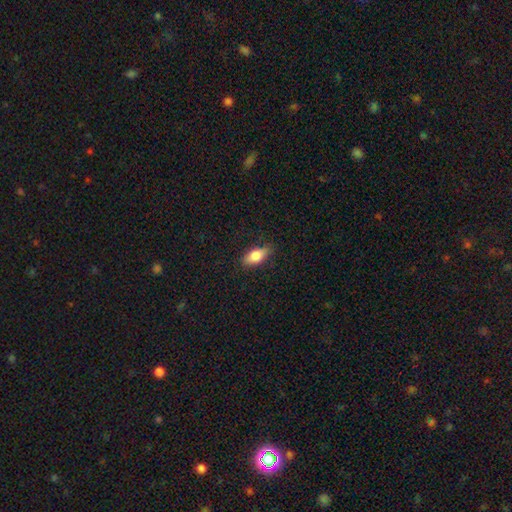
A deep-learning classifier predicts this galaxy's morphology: Smooth or featured? Predicted: smooth (p=0.80). How rounded? Predicted: in between (p=0.84). Merging? Predicted: none (p=0.81).